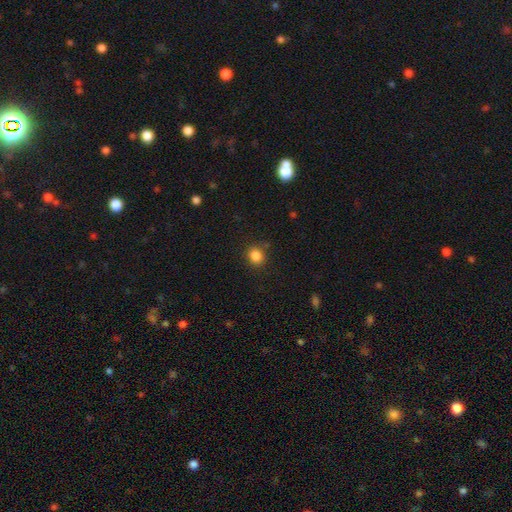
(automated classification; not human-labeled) smooth 85%, star or artifact 11%, featured or disk 4%. Down the decision tree: how rounded — round (74%); merging — none (83%).